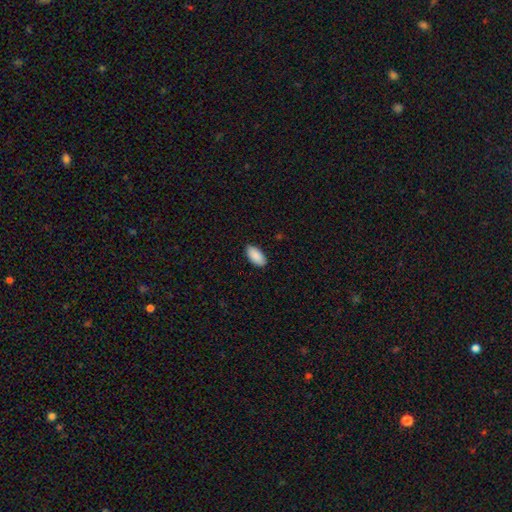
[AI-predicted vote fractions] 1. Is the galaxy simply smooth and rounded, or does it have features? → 90% smooth, 6% star or artifact, 4% featured or disk.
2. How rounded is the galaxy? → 95% in between, 3% cigar-shaped, 2% round.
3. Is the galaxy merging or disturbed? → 88% none, 9% minor disturbance, 2% major disturbance, 1% merger.